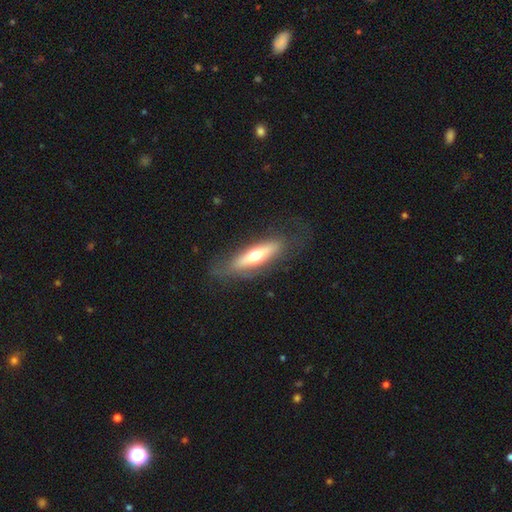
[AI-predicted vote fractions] The model was most divided on "smooth or featured": featured or disk: 48%, smooth: 46%, star or artifact: 5%. More confident: merging — none (74%).